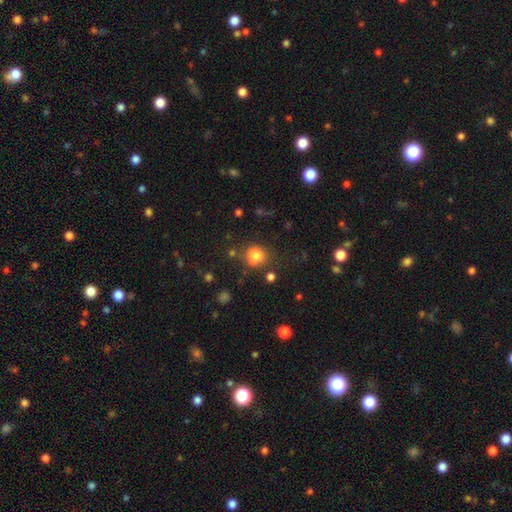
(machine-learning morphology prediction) Smooth or featured: smooth — 78% (star or artifact — 14%)
How rounded: round — 84% (in between — 15%)
Merging: none — 74% (minor disturbance — 14%)